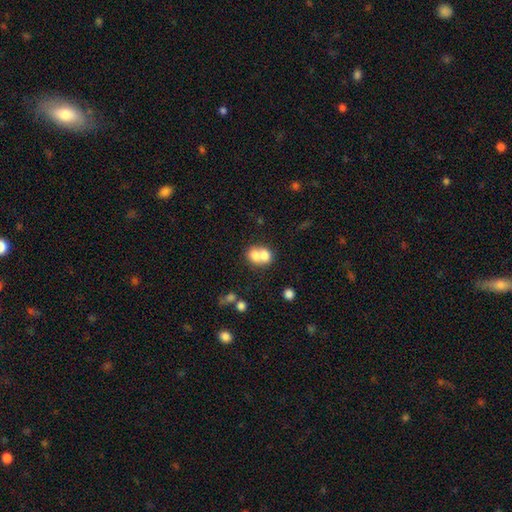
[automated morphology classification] smooth-or-featured: smooth: 69% | featured or disk: 21% | star or artifact: 10%
  how-rounded: round: 52% | in between: 47% | cigar-shaped: 1%
  merging: merger: 70% | none: 21% | minor disturbance: 5% | major disturbance: 3%